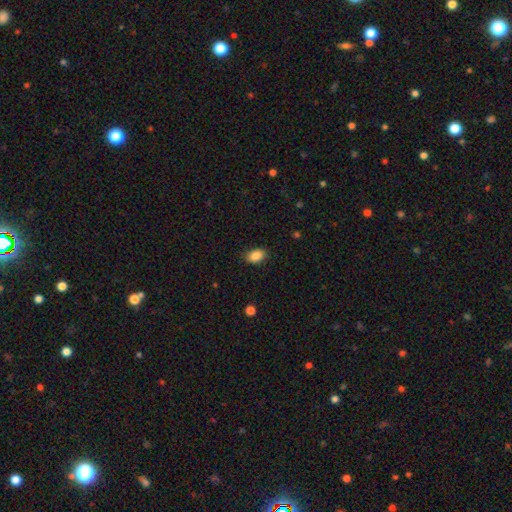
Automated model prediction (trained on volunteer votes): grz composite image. It shows a smooth galaxy with no disk features (87%) that is in between round and cigar-shaped (88%). Merging: none (87%).